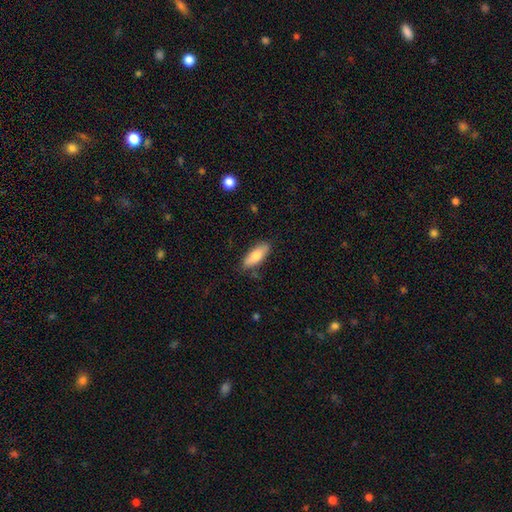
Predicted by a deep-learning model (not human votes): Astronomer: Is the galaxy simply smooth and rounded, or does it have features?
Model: smooth — 79%.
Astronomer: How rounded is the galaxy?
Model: in between — 73%.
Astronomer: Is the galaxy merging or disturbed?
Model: none — 81%.